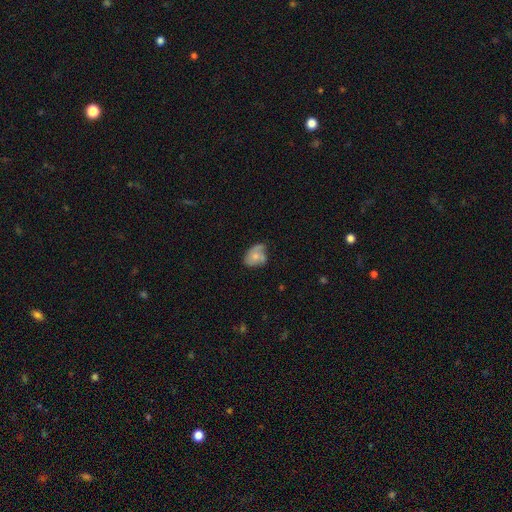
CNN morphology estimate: A smooth galaxy with no disk features (52%) that is in between round and cigar-shaped (75%).

Vote fractions:
- Smooth or featured? smooth: 52% / featured or disk: 39% / star or artifact: 9%
- How rounded? in between: 75% / round: 23% / cigar-shaped: 1%
- Merging? none: 39% / minor disturbance: 36% / major disturbance: 16% / merger: 10%